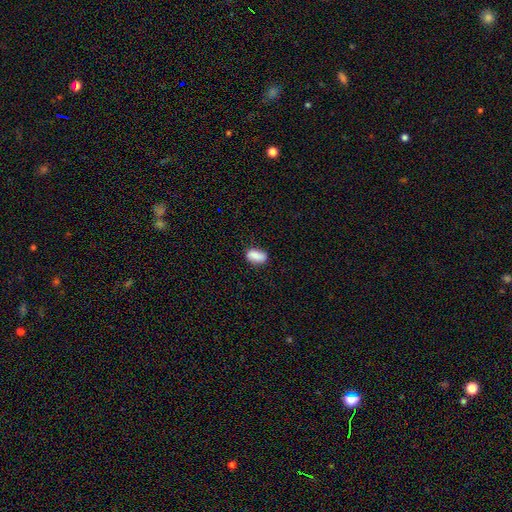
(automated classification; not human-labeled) smooth_or_featured: smooth (p=0.84) [alt: featured or disk p=0.09]
how_rounded: in between (p=0.87) [alt: round p=0.08]
merging: none (p=0.76) [alt: minor disturbance p=0.18]